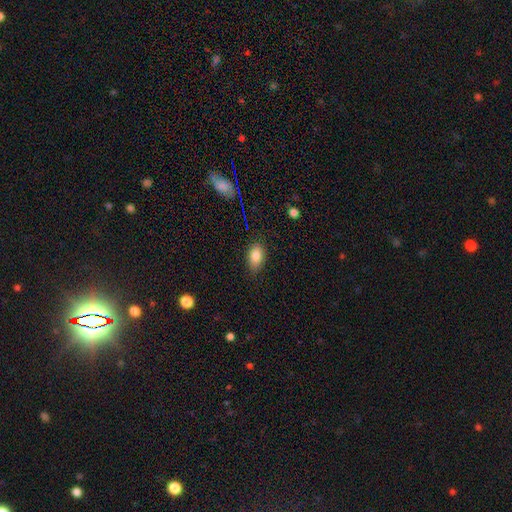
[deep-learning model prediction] The model was most divided on "merging": none: 80%, minor disturbance: 15%, major disturbance: 3%, merger: 1%. More confident: how rounded — in between (87%); smooth or featured — smooth (82%).